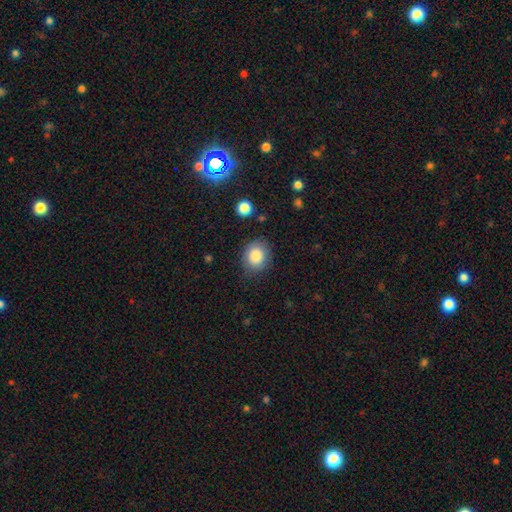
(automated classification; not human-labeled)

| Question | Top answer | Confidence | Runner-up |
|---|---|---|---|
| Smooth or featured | smooth | 85% | star or artifact (8%) |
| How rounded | round | 67% | in between (32%) |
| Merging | none | 81% | minor disturbance (14%) |